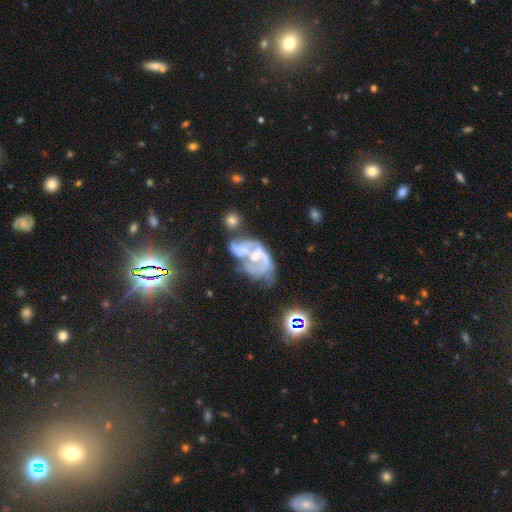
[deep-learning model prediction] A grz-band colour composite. It shows a featured or disk galaxy (70%) with no bar (62%), spiral arms (60%) and a moderate central bulge (47%). Merging: merger (41%).